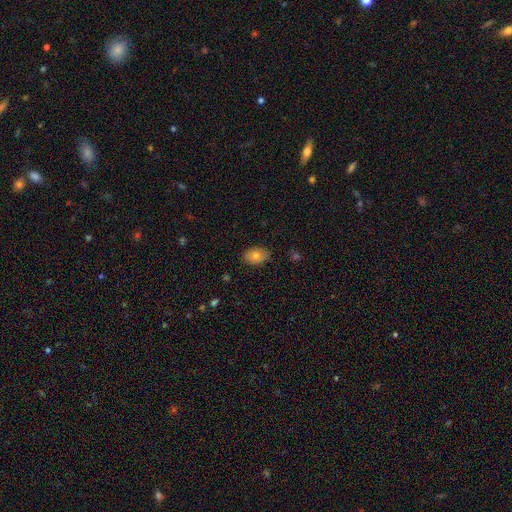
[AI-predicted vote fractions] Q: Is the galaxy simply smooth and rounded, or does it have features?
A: smooth — 74%.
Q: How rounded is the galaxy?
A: in between — 82%.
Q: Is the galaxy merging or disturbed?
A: none — 85%.